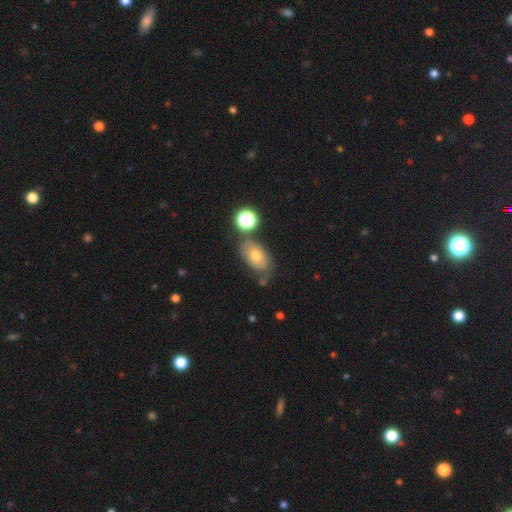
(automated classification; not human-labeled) The model was most divided on "merging": none: 61%, minor disturbance: 20%, merger: 13%, major disturbance: 6%. More confident: how rounded — in between (86%); smooth or featured — smooth (65%).